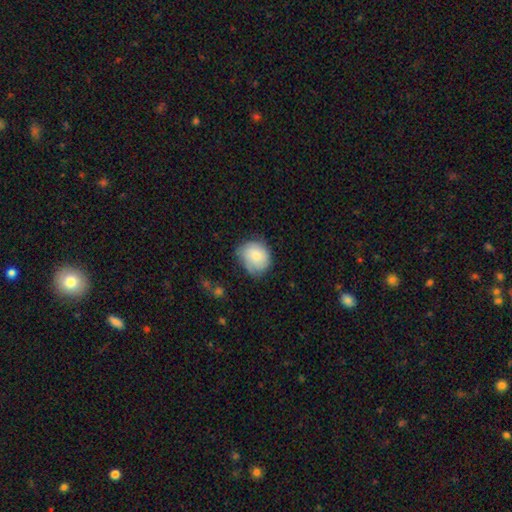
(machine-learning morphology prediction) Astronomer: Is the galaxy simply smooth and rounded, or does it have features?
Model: smooth — 76%.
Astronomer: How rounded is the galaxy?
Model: round — 64%.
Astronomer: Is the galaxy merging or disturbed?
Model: none — 59%.